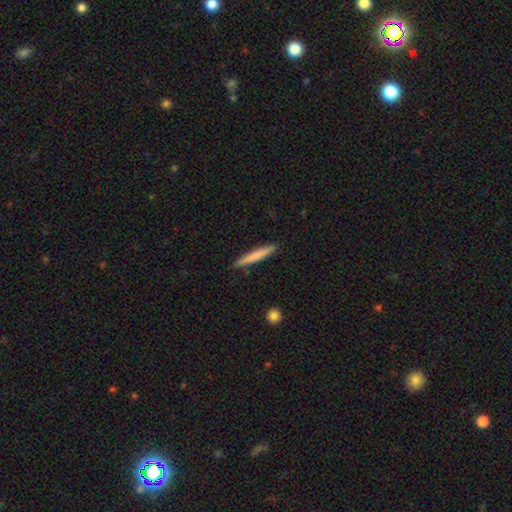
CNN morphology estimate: Smooth or featured?
  - smooth: 72% *
  - featured or disk: 23%
  - star or artifact: 5%
How rounded?
  - cigar-shaped: 96% *
  - in between: 3%
  - round: 1%
Merging?
  - none: 89% *
  - minor disturbance: 9%
  - major disturbance: 2%
  - merger: 1%